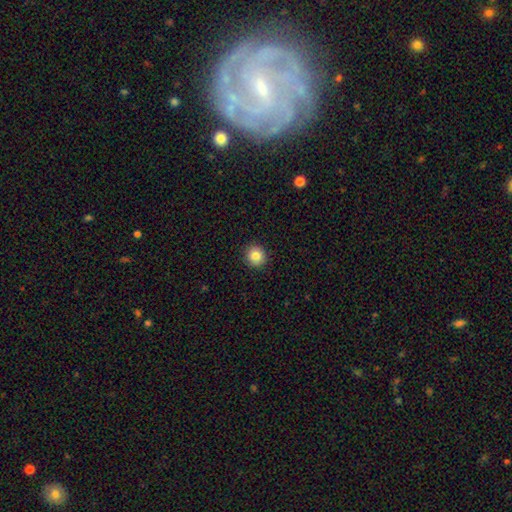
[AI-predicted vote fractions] smooth_or_featured: smooth (p=0.83) [alt: star or artifact p=0.10]
how_rounded: round (p=0.91) [alt: in between p=0.08]
merging: none (p=0.92) [alt: minor disturbance p=0.05]